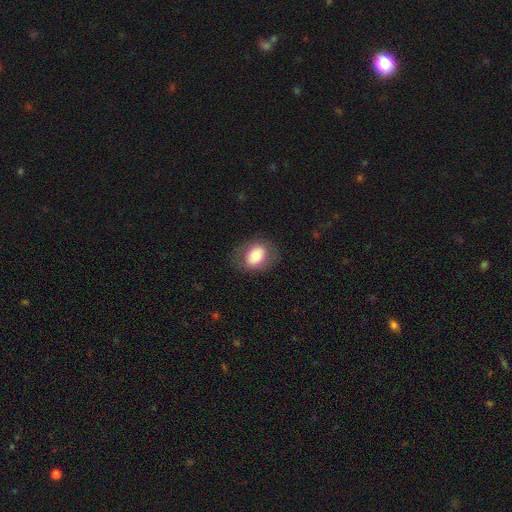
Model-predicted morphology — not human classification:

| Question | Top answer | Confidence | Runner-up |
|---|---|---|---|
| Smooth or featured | smooth | 73% | featured or disk (18%) |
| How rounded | in between | 62% | round (37%) |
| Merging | none | 80% | minor disturbance (13%) |